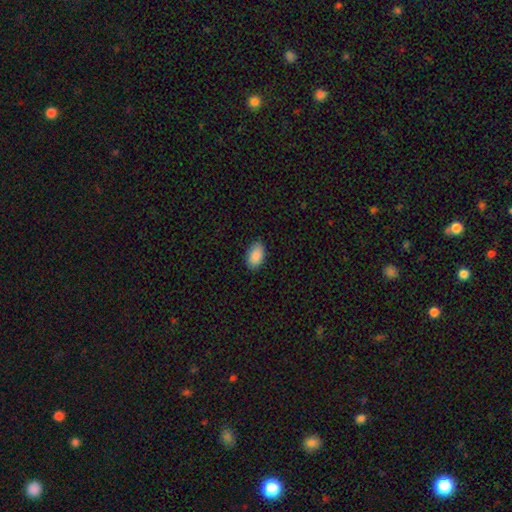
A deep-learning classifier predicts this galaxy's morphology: Smooth or featured?
  - smooth: 90% *
  - star or artifact: 6%
  - featured or disk: 4%
How rounded?
  - in between: 94% *
  - round: 4%
  - cigar-shaped: 2%
Merging?
  - none: 87% *
  - minor disturbance: 10%
  - major disturbance: 2%
  - merger: 1%